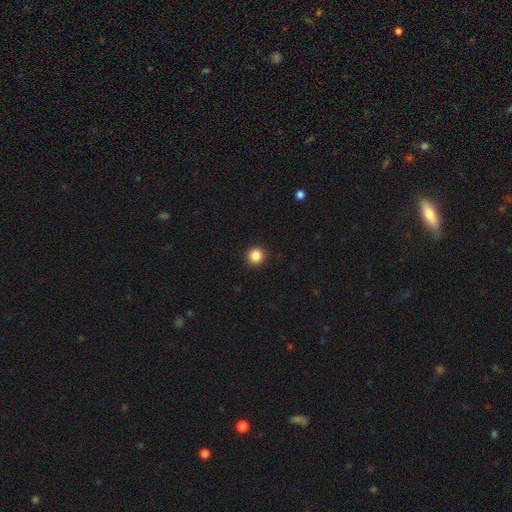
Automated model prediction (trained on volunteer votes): Overall: smooth (87%). How rounded: round (94%). Merging: none (93%).